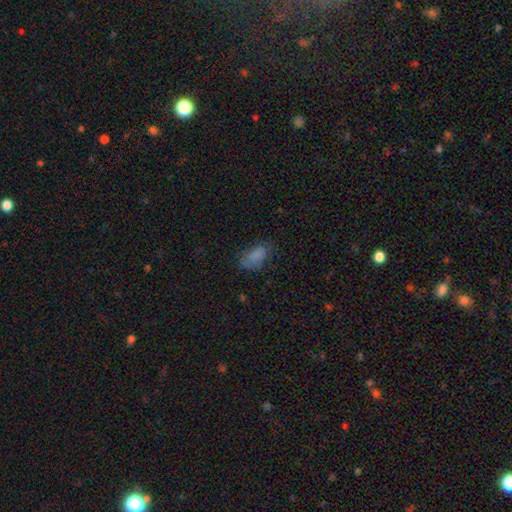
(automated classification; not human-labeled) The model was most divided on "merging": none: 59%, minor disturbance: 26%, major disturbance: 12%, merger: 2%. More confident: how rounded — in between (90%); smooth or featured — smooth (77%).